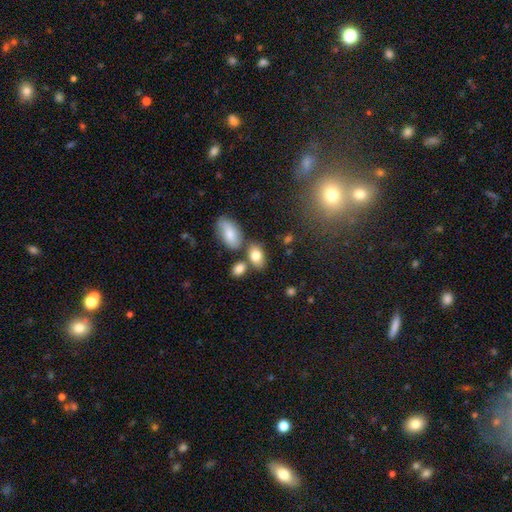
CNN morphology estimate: Smooth or featured?
  - smooth: 80% *
  - featured or disk: 11%
  - star or artifact: 9%
How rounded?
  - in between: 87% *
  - round: 11%
  - cigar-shaped: 2%
Merging?
  - none: 64% *
  - merger: 19%
  - minor disturbance: 13%
  - major disturbance: 4%